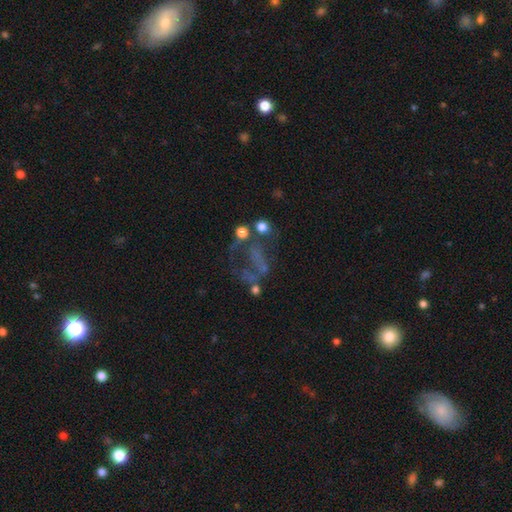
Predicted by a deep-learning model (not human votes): smooth-or-featured: featured or disk: 46% | star or artifact: 33% | smooth: 21%
  merging: major disturbance: 38% | none: 32% | merger: 16% | minor disturbance: 14%